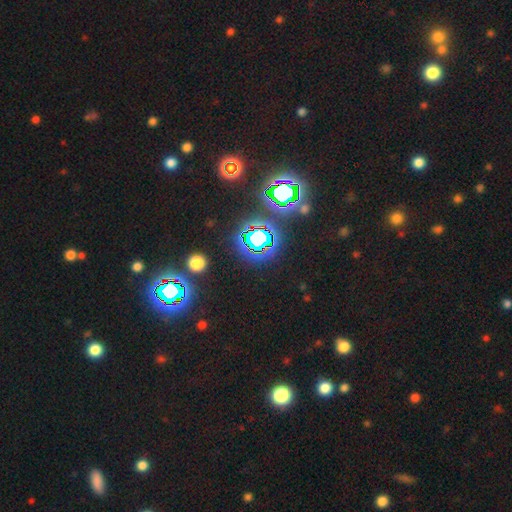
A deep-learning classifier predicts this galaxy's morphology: A star or artifact, not a galaxy (81%).

Vote fractions:
- Smooth or featured? star or artifact: 81% / smooth: 13% / featured or disk: 7%